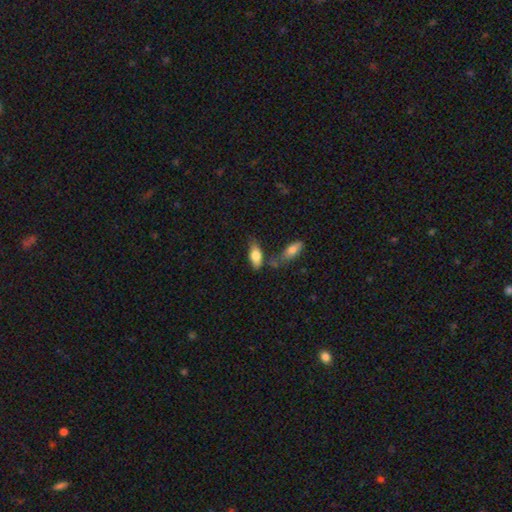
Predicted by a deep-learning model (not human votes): Smooth or featured: smooth — 76% (featured or disk — 17%)
How rounded: in between — 82% (cigar-shaped — 15%)
Merging: none — 49% (minor disturbance — 23%)